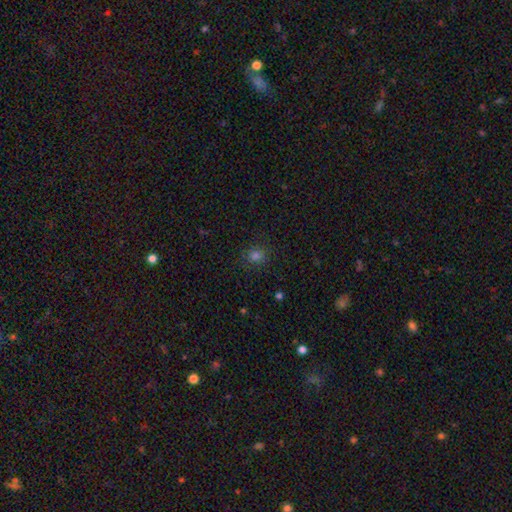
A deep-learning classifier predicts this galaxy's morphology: This appears to be a smooth galaxy with no disk features (76%) that is round (73%). Merging: none (86%).